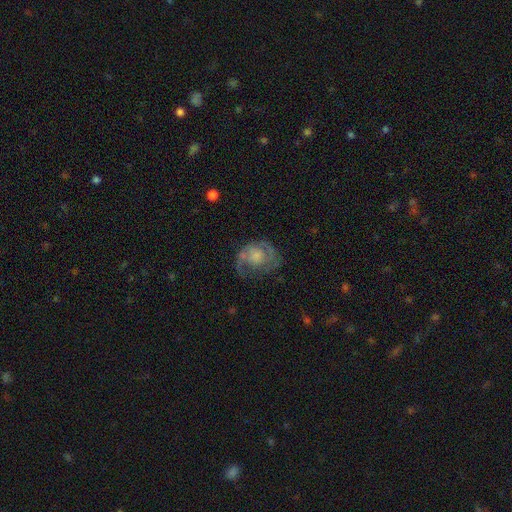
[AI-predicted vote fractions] This is likely a featured or disk galaxy (68%). It is clearly not viewed edge-on (98%). Bar: likely no (73%). Spiral arm pattern: clearly yes (81%). Spiral arm count: possibly 2 (52%). Spiral winding: marginally medium (44%). Central bulge: marginally moderate (30%). Merging: possibly none (51%).